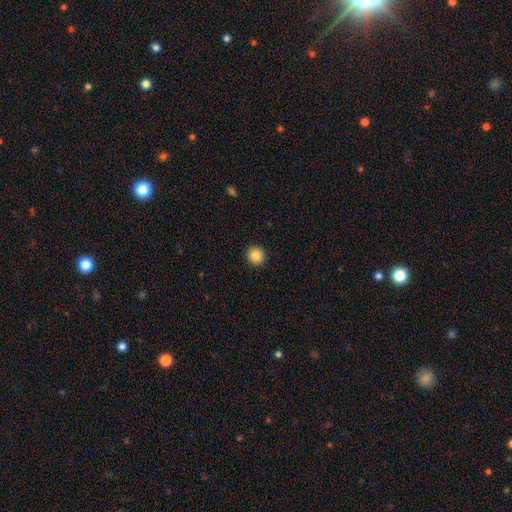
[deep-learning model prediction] Q: Smooth or featured?
A: smooth (87%); runner-up: star or artifact (9%)
Q: How rounded?
A: round (94%); runner-up: in between (5%)
Q: Merging?
A: none (93%); runner-up: minor disturbance (4%)